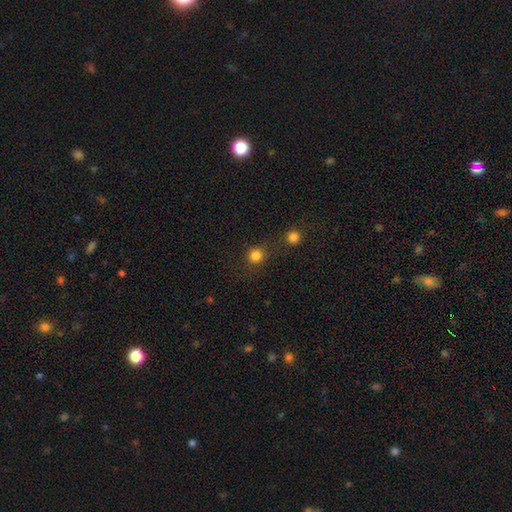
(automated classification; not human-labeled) Smooth or featured? smooth (81%)
How rounded? round (92%)
Merging? none (76%)